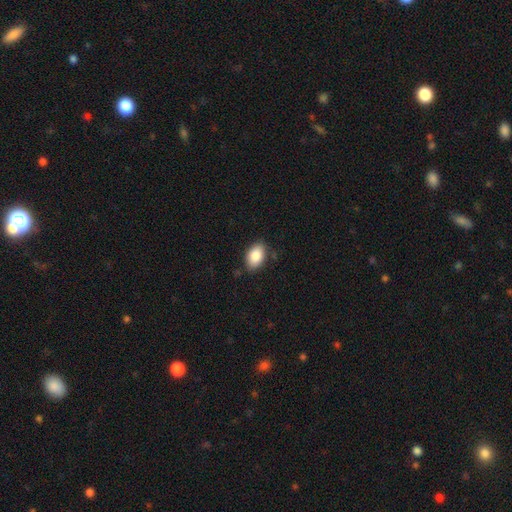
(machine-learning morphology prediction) Overall: smooth (87%). How rounded: in between (90%). Merging: none (82%).